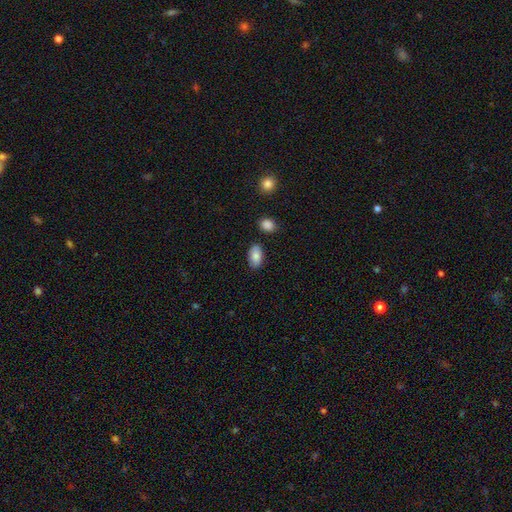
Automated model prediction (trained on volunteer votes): Morphology: type=smooth (86%); roundness=in between (93%); merging=none (82%).